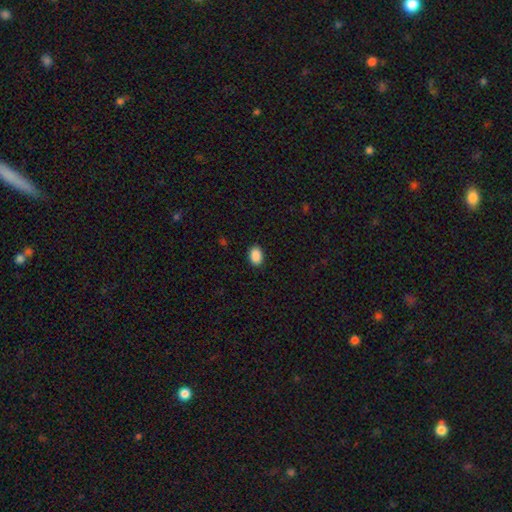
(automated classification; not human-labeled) The model was most divided on "how rounded": in between: 84%, round: 15%, cigar-shaped: 1%. More confident: smooth or featured — smooth (90%); merging — none (90%).